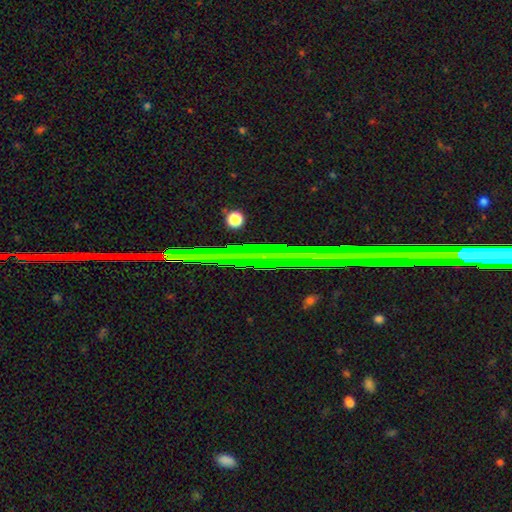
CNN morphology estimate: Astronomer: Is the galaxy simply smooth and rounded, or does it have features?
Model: star or artifact — 72%.